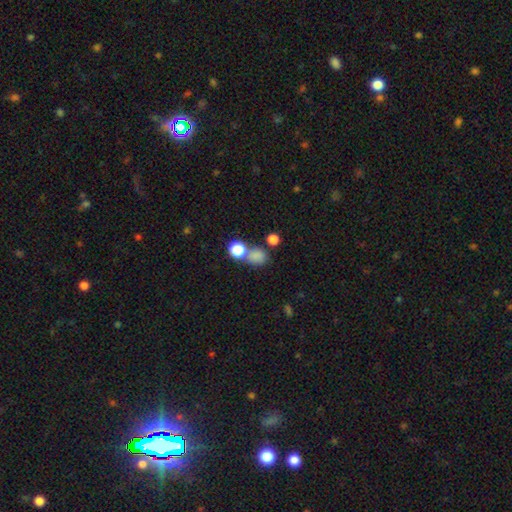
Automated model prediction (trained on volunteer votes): A smooth galaxy with no disk features (77%) that is round (61%).

Vote fractions:
- Smooth or featured? smooth: 77% / star or artifact: 17% / featured or disk: 6%
- How rounded? round: 61% / in between: 38% / cigar-shaped: 1%
- Merging? none: 55% / merger: 27% / minor disturbance: 12% / major disturbance: 6%